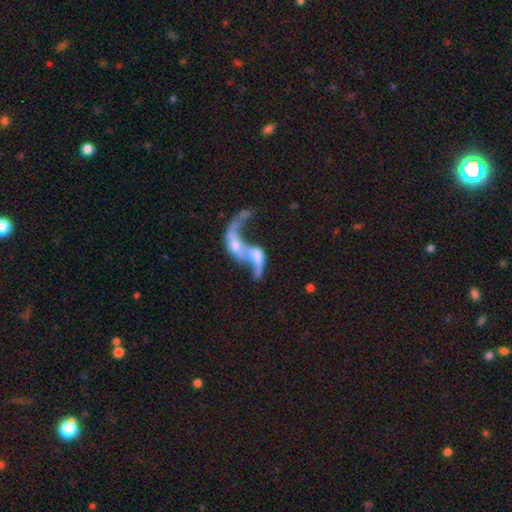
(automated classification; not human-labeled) Smooth or featured? Predicted: featured or disk (p=0.64). Edge-on disk? Predicted: no (p=0.93). Bar? Predicted: no (p=0.70). Spiral arms? Predicted: no (p=0.55). Bulge size? Predicted: none (p=0.37). Merging? Predicted: merger (p=0.66).